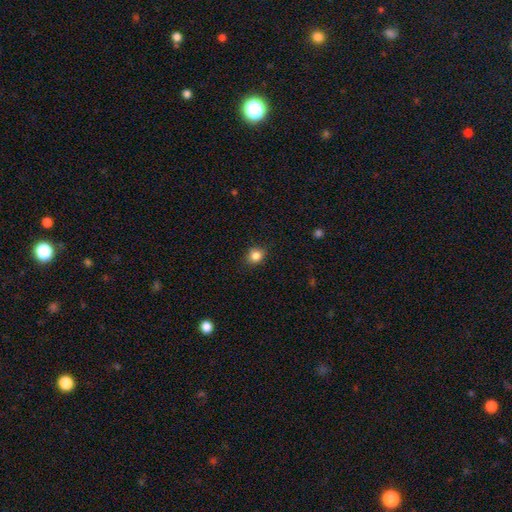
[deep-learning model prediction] This is clearly a smooth galaxy (85%). How rounded: likely round (78%). Merging: clearly none (88%).